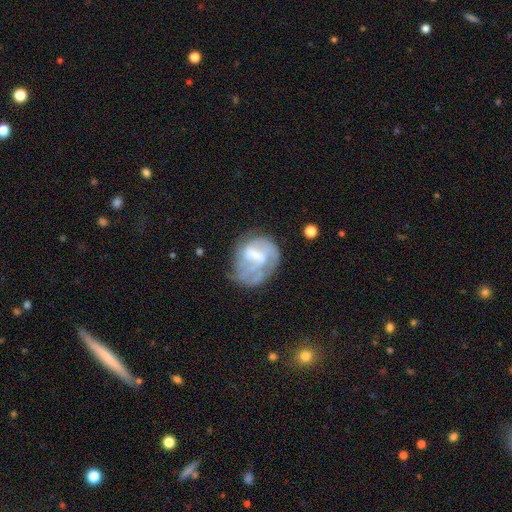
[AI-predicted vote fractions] Morphology: type=featured or disk (59%); edge-on=no (97%); bar=weak (42%); spiral arms=no (52%); bulge=none (37%); merging=none (37%).